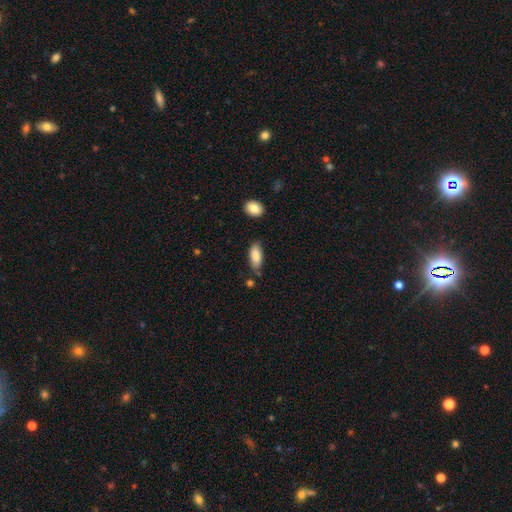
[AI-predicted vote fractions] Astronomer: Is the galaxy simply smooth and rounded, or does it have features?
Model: smooth — 84%.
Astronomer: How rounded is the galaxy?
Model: in between — 83%.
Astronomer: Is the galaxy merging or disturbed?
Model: none — 72%.